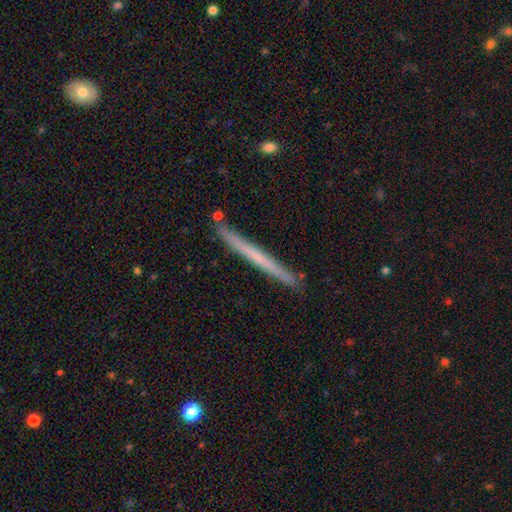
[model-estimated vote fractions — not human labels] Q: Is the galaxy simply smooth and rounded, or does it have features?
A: smooth — 51%.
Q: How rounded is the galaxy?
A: cigar-shaped — 97%.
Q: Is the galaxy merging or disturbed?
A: none — 88%.